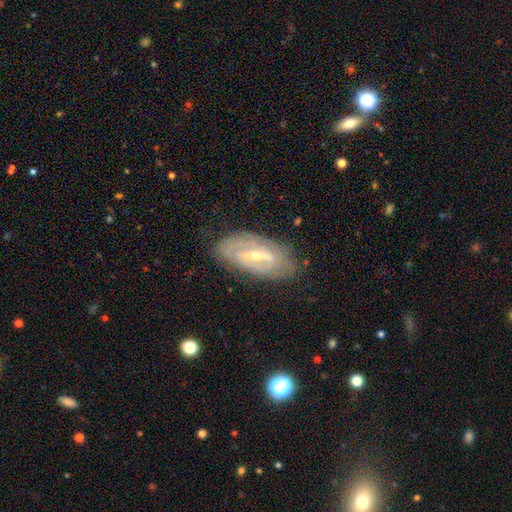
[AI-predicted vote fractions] featured or disk 76%, smooth 18%, star or artifact 6%. Down the decision tree: edge-on disk — no (87%); bar — strong (50%); spiral arms — yes (67%); bulge size — small (61%); merging — none (78%).